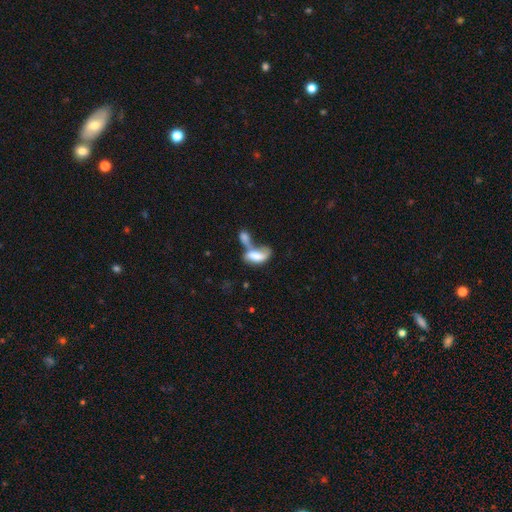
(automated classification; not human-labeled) A smooth galaxy with no disk features (62%) that is in between round and cigar-shaped (86%).

Vote fractions:
- Smooth or featured? smooth: 62% / featured or disk: 29% / star or artifact: 9%
- How rounded? in between: 86% / cigar-shaped: 10% / round: 4%
- Merging? merger: 70% / major disturbance: 13% / none: 10% / minor disturbance: 7%